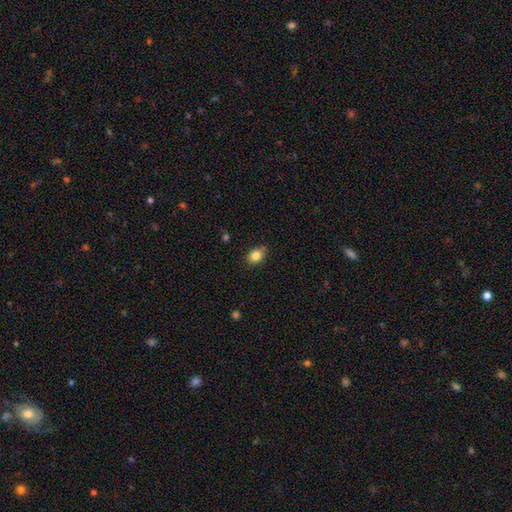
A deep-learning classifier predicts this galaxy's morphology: type=smooth (85%); roundness=in between (55%); merging=none (81%).